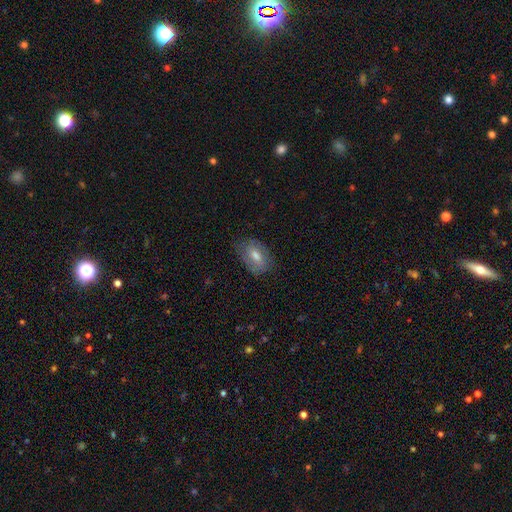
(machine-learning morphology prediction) Smooth or featured? smooth (57%)
How rounded? in between (84%)
Merging? none (72%)